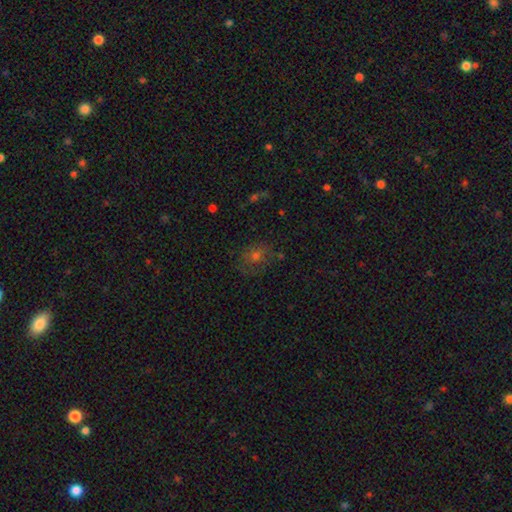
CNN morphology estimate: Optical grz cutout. It shows a smooth galaxy with no disk features (52%) that is round (56%). Merging: none (67%).